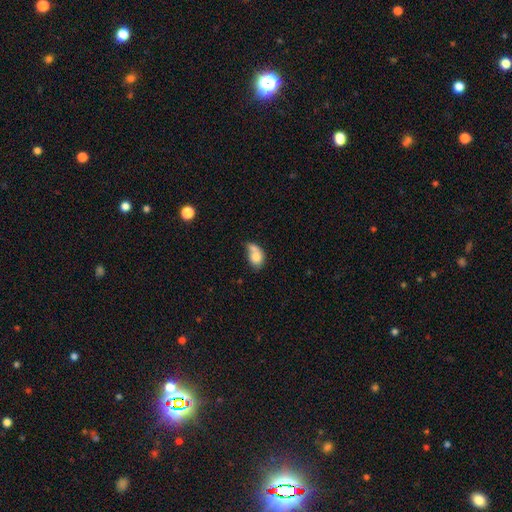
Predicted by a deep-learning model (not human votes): A smooth galaxy with no disk features (75%) that is in between round and cigar-shaped (65%).

Vote fractions:
- Smooth or featured? smooth: 75% / featured or disk: 16% / star or artifact: 9%
- How rounded? in between: 65% / round: 33% / cigar-shaped: 2%
- Merging? merger: 47% / none: 24% / minor disturbance: 17% / major disturbance: 12%